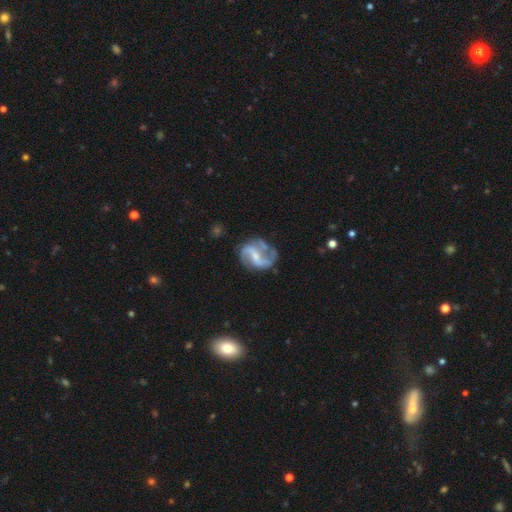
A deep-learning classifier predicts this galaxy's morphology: Overall: featured or disk (85%). Edge-on disk: no (98%). Bar: weak (47%; strong 31%). Spiral arms: yes (95%). Spiral arm count: 2 (63%). Spiral winding: loose (45%; medium 43%). Bulge size: small (50%; moderate 35%). Merging: none (60%; minor disturbance 21%).